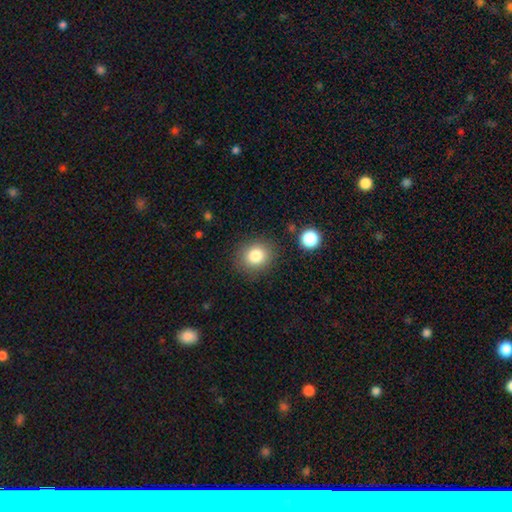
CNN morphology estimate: Q: Smooth or featured?
A: smooth (82%); runner-up: star or artifact (11%)
Q: How rounded?
A: round (76%); runner-up: in between (24%)
Q: Merging?
A: none (85%); runner-up: minor disturbance (9%)